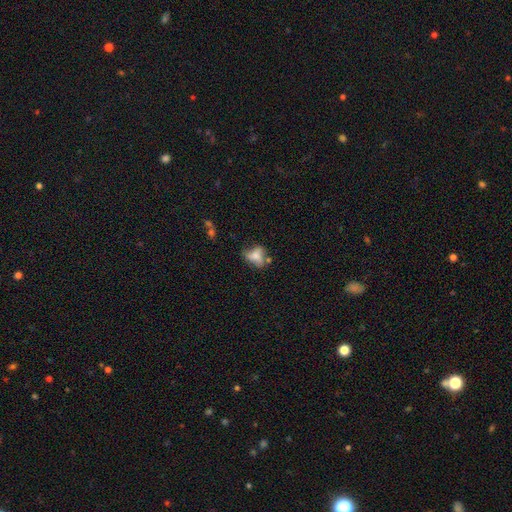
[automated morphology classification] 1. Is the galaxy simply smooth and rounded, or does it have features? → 59% smooth, 30% featured or disk, 12% star or artifact.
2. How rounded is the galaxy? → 73% in between, 24% round, 4% cigar-shaped.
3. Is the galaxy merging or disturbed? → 37% none, 27% minor disturbance, 21% major disturbance, 14% merger.